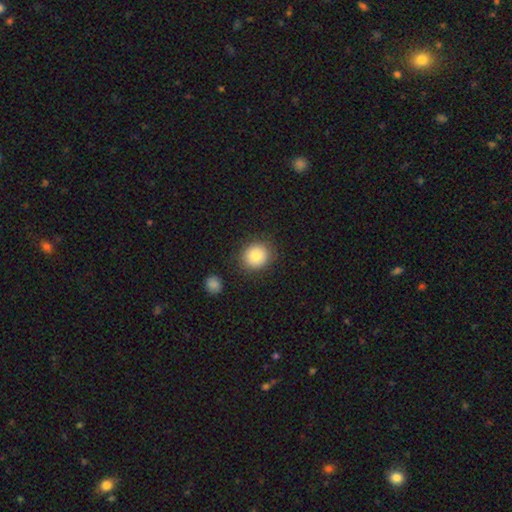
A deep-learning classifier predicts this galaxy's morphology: type=smooth (84%); roundness=round (83%); merging=none (85%).